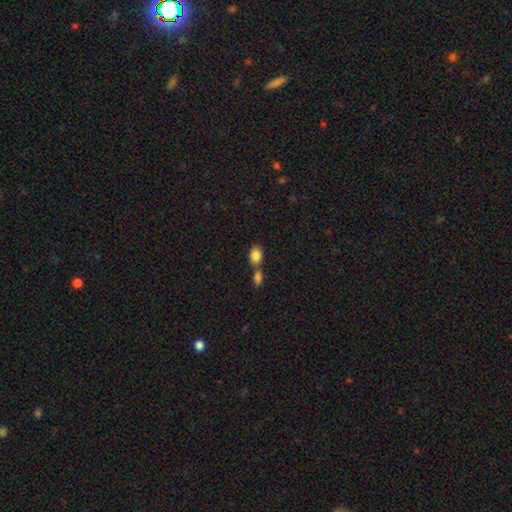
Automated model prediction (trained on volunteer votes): Morphology: type=smooth (86%); roundness=in between (80%); merging=none (45%).